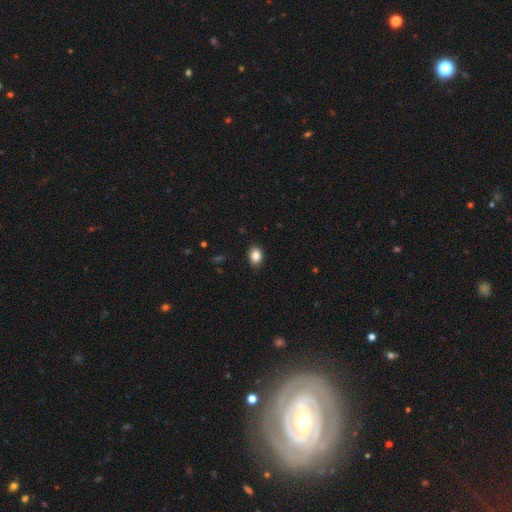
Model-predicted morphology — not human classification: This appears to be a smooth galaxy with no disk features (86%) that is in between round and cigar-shaped (71%). Merging: none (88%).